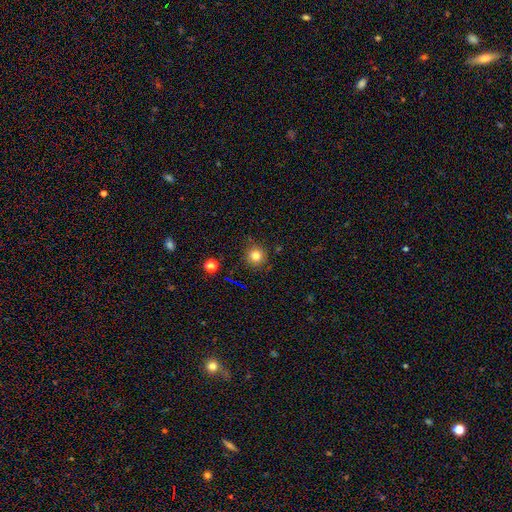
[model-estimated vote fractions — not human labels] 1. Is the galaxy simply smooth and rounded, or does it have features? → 79% smooth, 14% star or artifact, 7% featured or disk.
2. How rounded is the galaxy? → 94% round, 5% in between, 1% cigar-shaped.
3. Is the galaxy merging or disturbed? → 88% none, 8% minor disturbance, 2% major disturbance, 2% merger.